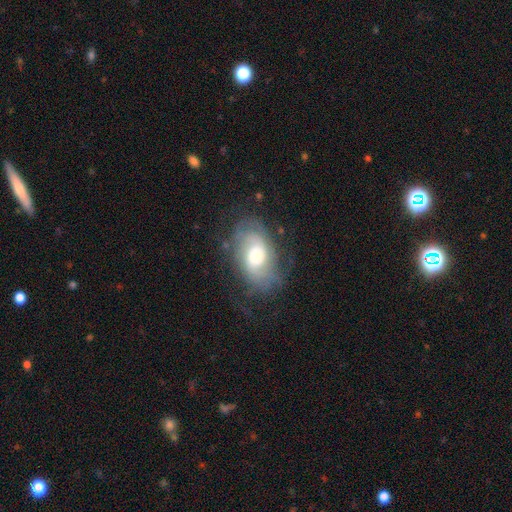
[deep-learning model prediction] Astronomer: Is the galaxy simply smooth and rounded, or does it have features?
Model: featured or disk — 60%.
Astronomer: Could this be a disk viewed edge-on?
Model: no — 95%.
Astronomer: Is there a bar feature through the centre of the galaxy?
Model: no — 62%.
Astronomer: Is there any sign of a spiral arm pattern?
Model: yes — 79%.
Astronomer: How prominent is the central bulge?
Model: moderate — 59%.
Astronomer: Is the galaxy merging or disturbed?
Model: none — 62%.